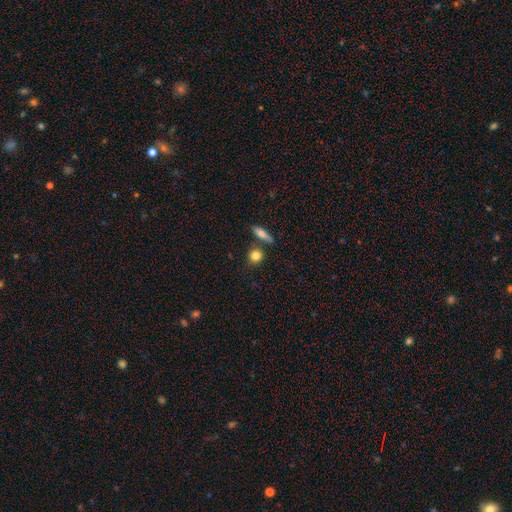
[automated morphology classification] type=smooth (83%); roundness=round (75%); merging=none (74%).